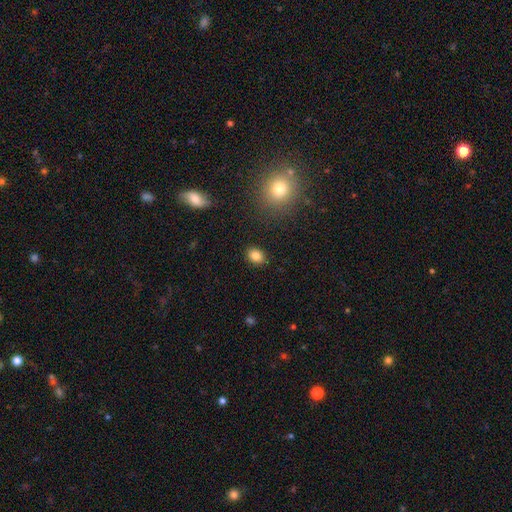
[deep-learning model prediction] Smooth or featured: smooth — 84% (star or artifact — 10%)
How rounded: in between — 66% (round — 33%)
Merging: none — 88% (minor disturbance — 8%)